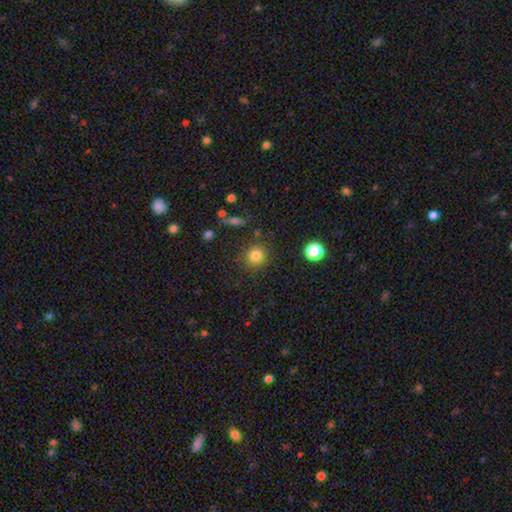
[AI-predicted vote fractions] Q: Smooth or featured?
A: smooth (82%); runner-up: star or artifact (12%)
Q: How rounded?
A: round (92%); runner-up: in between (7%)
Q: Merging?
A: none (85%); runner-up: minor disturbance (8%)